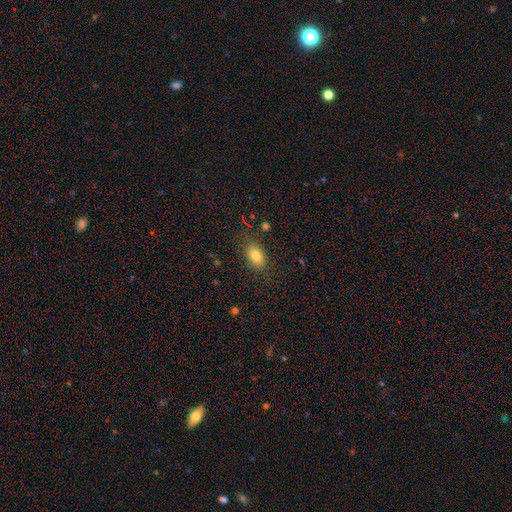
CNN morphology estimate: A smooth galaxy with no disk features (81%) that is in between round and cigar-shaped (85%).

Vote fractions:
- Smooth or featured? smooth: 81% / star or artifact: 10% / featured or disk: 10%
- How rounded? in between: 85% / round: 13% / cigar-shaped: 3%
- Merging? none: 81% / minor disturbance: 13% / major disturbance: 4% / merger: 2%